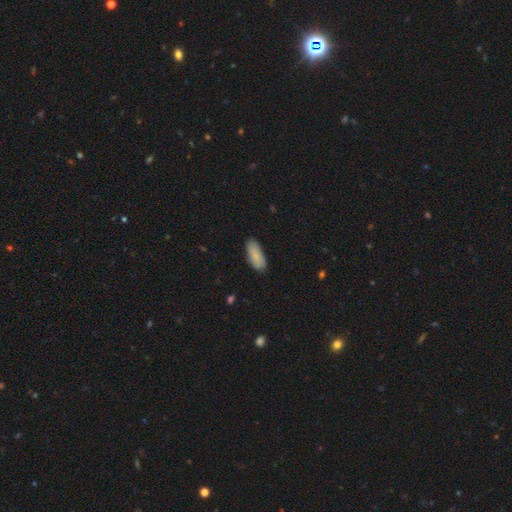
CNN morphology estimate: type=smooth (83%); roundness=in between (82%); merging=none (85%).